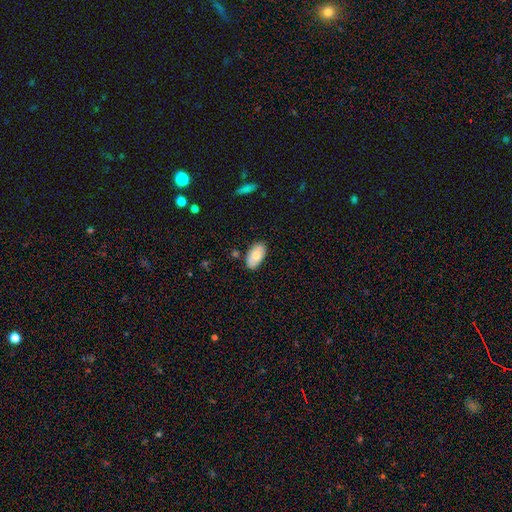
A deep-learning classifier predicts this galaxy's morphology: smooth 79%, featured or disk 15%, star or artifact 6%. Down the decision tree: how rounded — in between (95%); merging — none (79%).